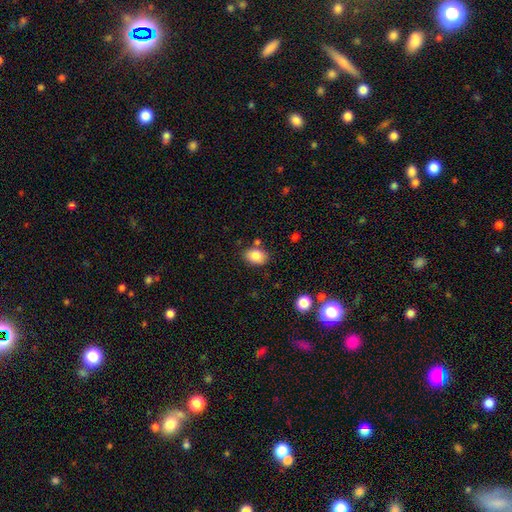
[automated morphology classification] This appears to be a smooth galaxy with no disk features (84%) that is in between round and cigar-shaped (80%). Merging: none (78%).